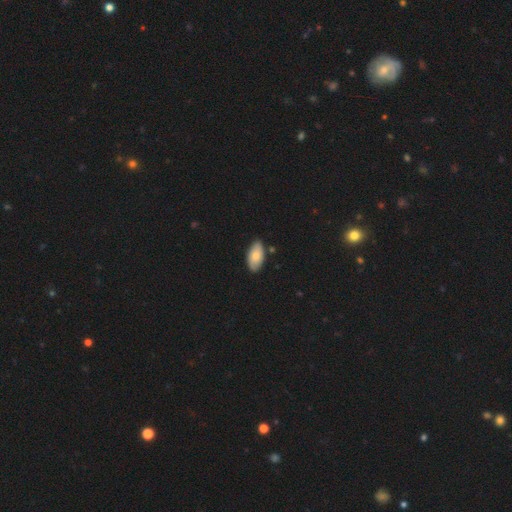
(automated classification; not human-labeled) Overall: smooth (75%). How rounded: in between (95%). Merging: none (82%).